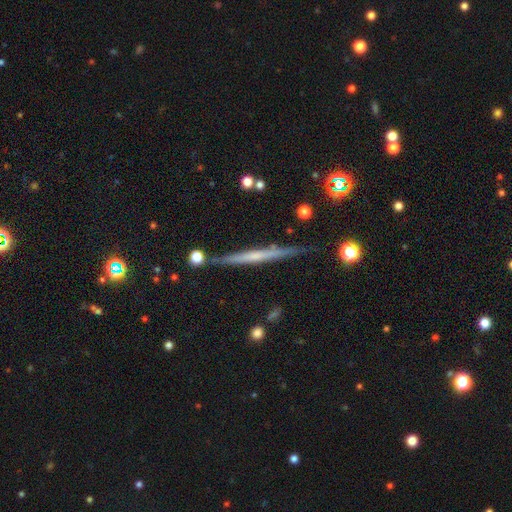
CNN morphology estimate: The model was most divided on "smooth or featured": featured or disk: 61%, smooth: 31%, star or artifact: 7%. More confident: edge-on disk — yes (97%); merging — none (85%); edge-on bulge — none (73%).